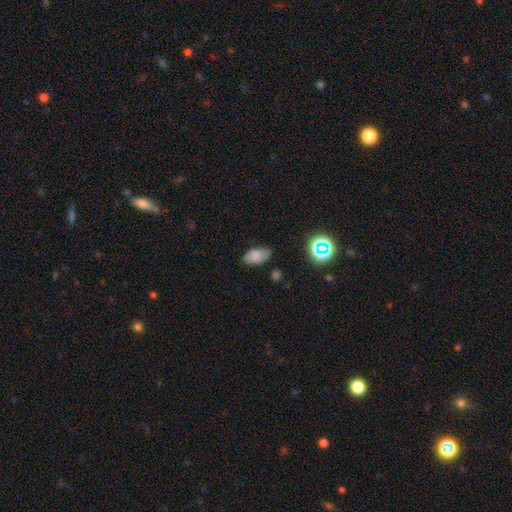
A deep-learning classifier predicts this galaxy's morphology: Smooth or featured: smooth — 77% (star or artifact — 12%)
How rounded: in between — 92% (round — 5%)
Merging: none — 74% (minor disturbance — 20%)